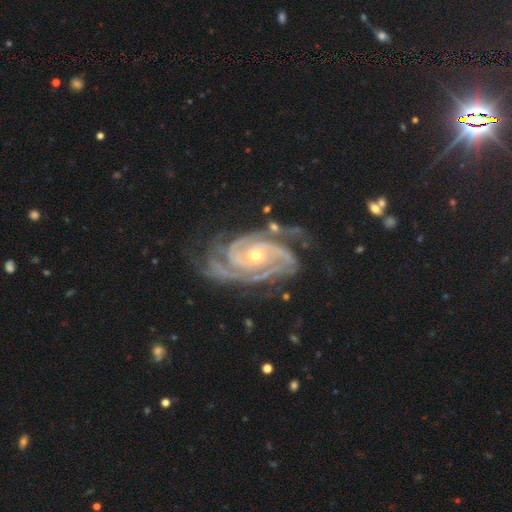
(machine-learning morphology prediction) Q: Smooth or featured?
A: featured or disk (93%); runner-up: star or artifact (4%)
Q: Edge-on disk?
A: no (97%); runner-up: yes (3%)
Q: Bar?
A: no (66%); runner-up: weak (21%)
Q: Spiral arms?
A: yes (99%); runner-up: no (1%)
Q: Spiral winding?
A: tight (73%); runner-up: medium (24%)
Q: Spiral arm count?
A: 3 (37%); runner-up: 2 (27%)
Q: Bulge size?
A: small (56%); runner-up: moderate (41%)
Q: Merging?
A: none (67%); runner-up: minor disturbance (22%)